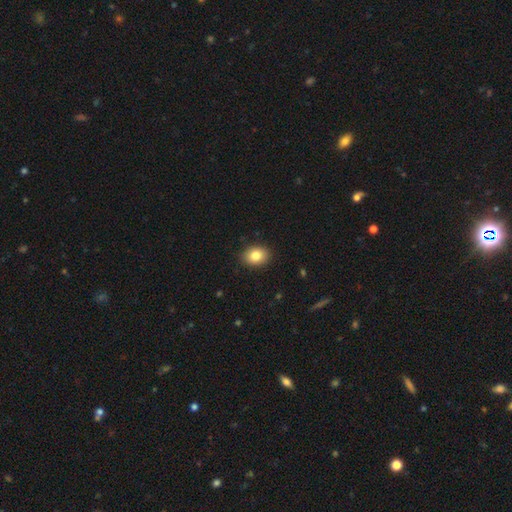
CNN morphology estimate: Smooth or featured?
  - smooth: 84% *
  - star or artifact: 9%
  - featured or disk: 8%
How rounded?
  - in between: 61% *
  - round: 38%
  - cigar-shaped: 1%
Merging?
  - none: 89% *
  - minor disturbance: 8%
  - major disturbance: 2%
  - merger: 1%